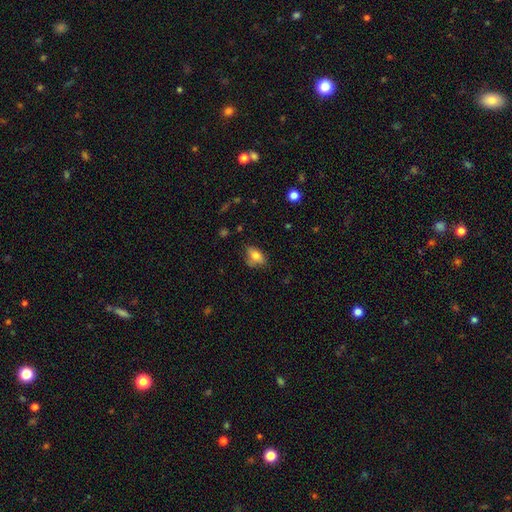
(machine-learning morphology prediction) type=smooth (76%); roundness=in between (84%); merging=none (59%).